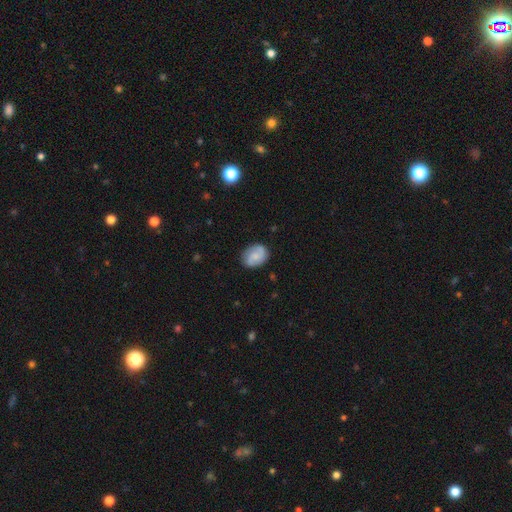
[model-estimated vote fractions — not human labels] smooth-or-featured: featured or disk: 50% | smooth: 42% | star or artifact: 7%
  disk-edge-on: no: 97% | yes: 3%
  merging: none: 81% | minor disturbance: 14% | major disturbance: 4% | merger: 1%